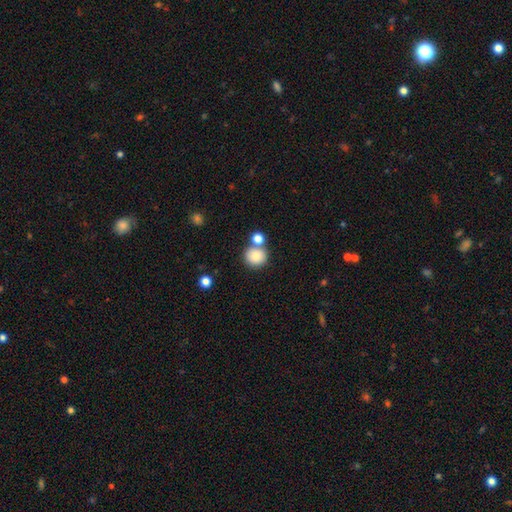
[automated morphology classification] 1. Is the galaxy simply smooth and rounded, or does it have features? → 83% smooth, 10% star or artifact, 8% featured or disk.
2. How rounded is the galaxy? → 90% round, 9% in between, 1% cigar-shaped.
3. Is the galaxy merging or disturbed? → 65% none, 24% merger, 8% minor disturbance, 3% major disturbance.